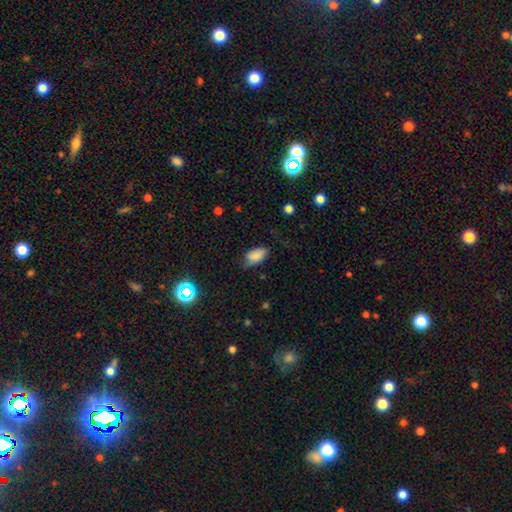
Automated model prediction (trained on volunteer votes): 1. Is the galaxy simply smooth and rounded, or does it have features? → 84% smooth, 9% star or artifact, 7% featured or disk.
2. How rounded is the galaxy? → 93% in between, 4% round, 3% cigar-shaped.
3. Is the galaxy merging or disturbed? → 64% none, 28% minor disturbance, 6% major disturbance, 1% merger.